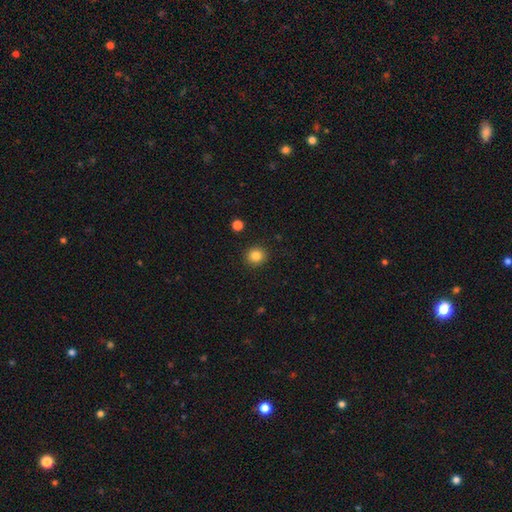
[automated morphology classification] This appears to be a smooth galaxy with no disk features (84%) that is round (89%). Merging: none (91%).